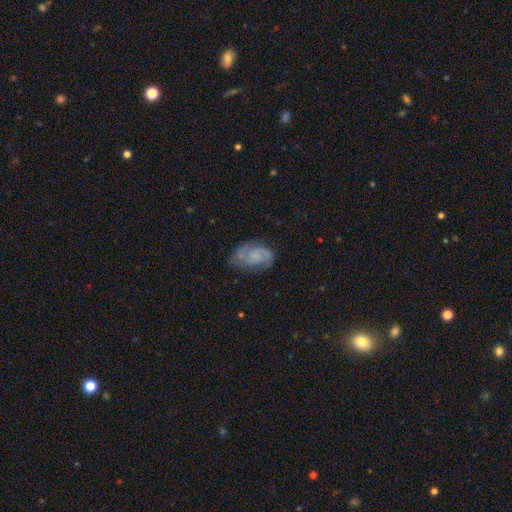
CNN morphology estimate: smooth-or-featured: featured or disk: 56% | smooth: 35% | star or artifact: 9%
  disk-edge-on: no: 97% | yes: 3%
    bar: no: 74% | weak: 22% | strong: 4%
    has-spiral-arms: yes: 83% | no: 17%
    bulge-size: none: 53% | small: 24% | moderate: 15% | large: 7% | dominant: 2%
  merging: none: 57% | minor disturbance: 26% | major disturbance: 15% | merger: 2%